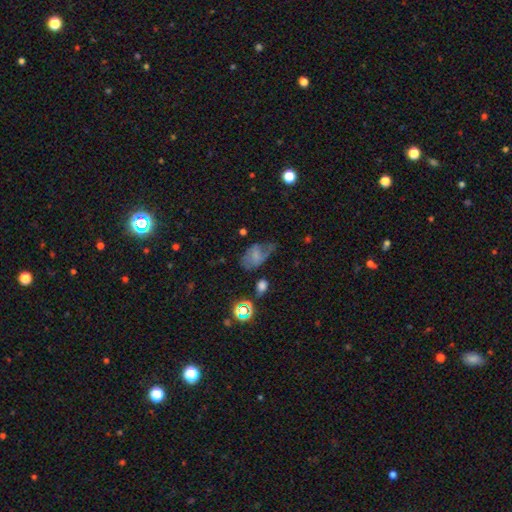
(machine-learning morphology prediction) A smooth galaxy with no disk features (56%) that is in between round and cigar-shaped (85%). Merging: none (35%).